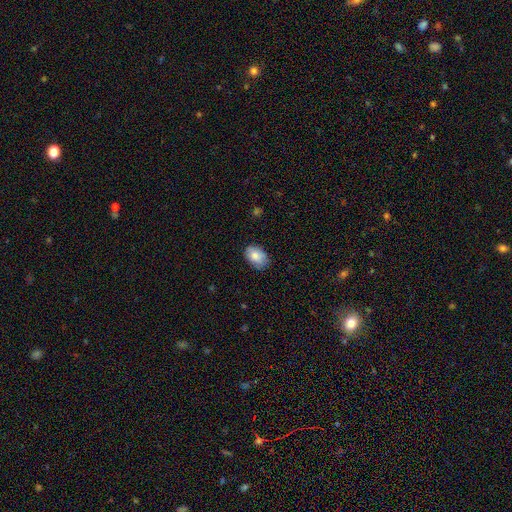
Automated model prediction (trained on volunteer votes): Smooth or featured?
  - smooth: 82% *
  - featured or disk: 11%
  - star or artifact: 7%
How rounded?
  - in between: 85% *
  - round: 14%
  - cigar-shaped: 1%
Merging?
  - none: 76% *
  - minor disturbance: 20%
  - major disturbance: 3%
  - merger: 1%